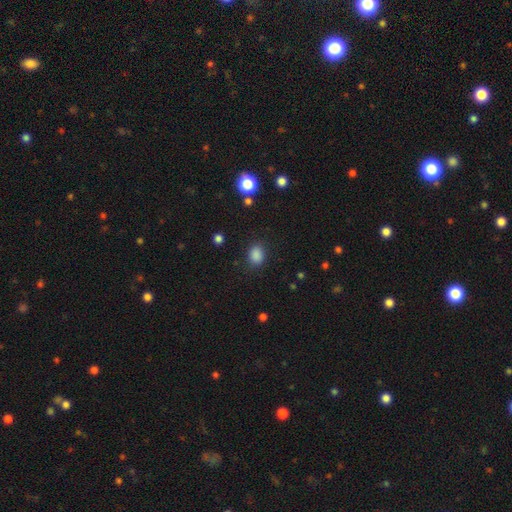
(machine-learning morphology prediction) smooth_or_featured: smooth (p=0.85) [alt: star or artifact p=0.11]
how_rounded: in between (p=0.63) [alt: round p=0.36]
merging: none (p=0.85) [alt: minor disturbance p=0.10]